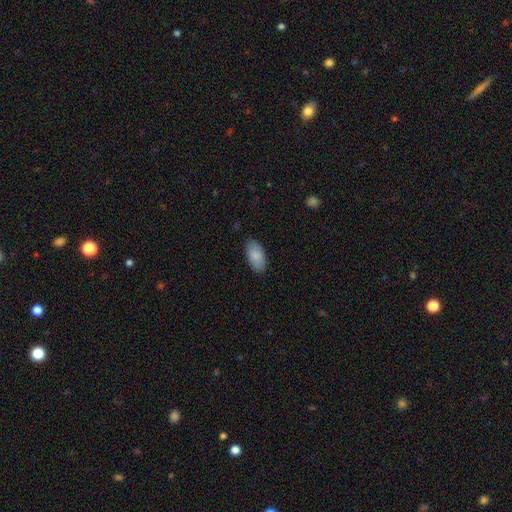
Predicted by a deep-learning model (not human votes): Morphology: type=smooth (87%); roundness=in between (95%); merging=none (86%).